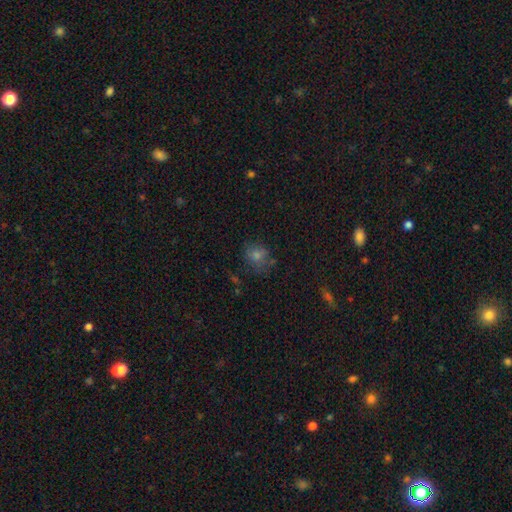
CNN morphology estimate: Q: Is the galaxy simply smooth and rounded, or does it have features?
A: smooth — 59%.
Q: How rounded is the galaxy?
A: round — 69%.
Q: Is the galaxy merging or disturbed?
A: none — 70%.